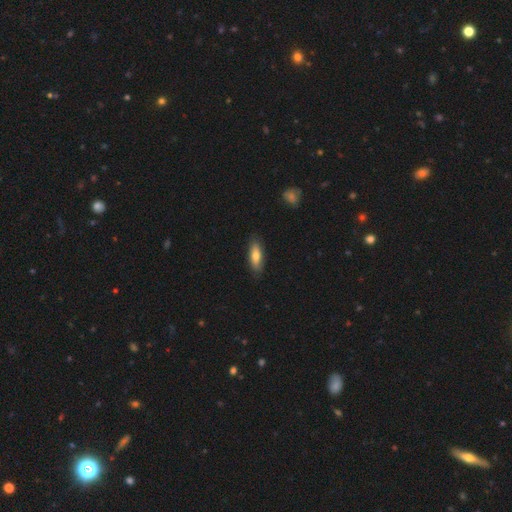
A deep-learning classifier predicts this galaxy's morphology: Smooth or featured: smooth — 69% (featured or disk — 25%)
How rounded: in between — 59% (cigar-shaped — 38%)
Merging: none — 85% (minor disturbance — 12%)